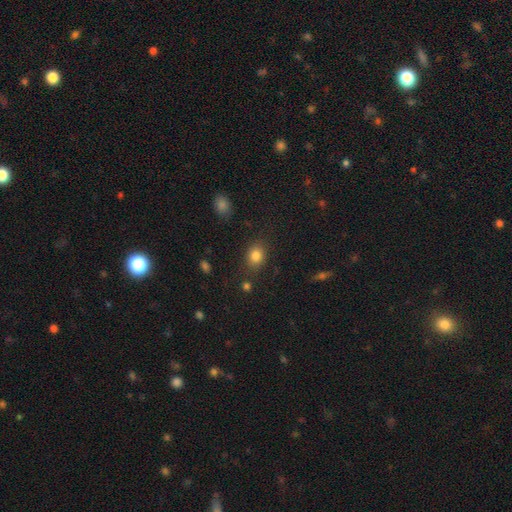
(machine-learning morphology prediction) A smooth galaxy with no disk features (83%) that is in between round and cigar-shaped (49%, tied with round). Merging: none (80%).